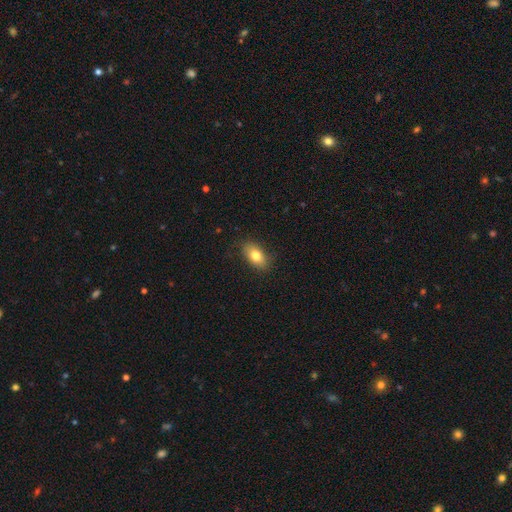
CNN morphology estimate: Smooth or featured?
  - smooth: 79% *
  - featured or disk: 13%
  - star or artifact: 8%
How rounded?
  - in between: 87% *
  - round: 9%
  - cigar-shaped: 3%
Merging?
  - none: 84% *
  - minor disturbance: 12%
  - major disturbance: 3%
  - merger: 1%